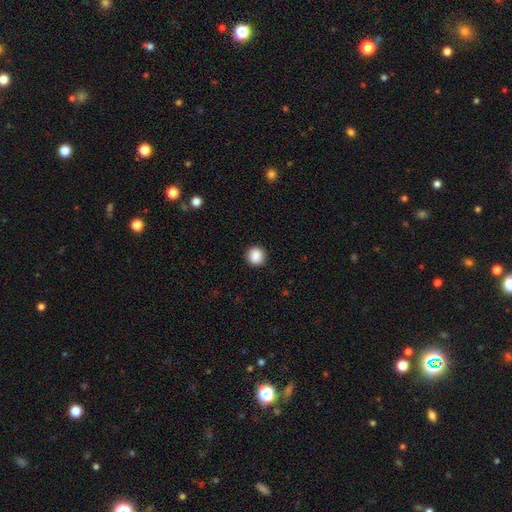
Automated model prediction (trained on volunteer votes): A smooth galaxy with no disk features (89%) that is round (92%). Merging: none (91%).